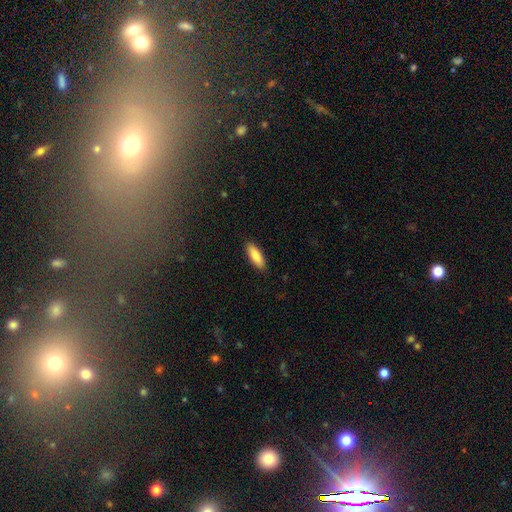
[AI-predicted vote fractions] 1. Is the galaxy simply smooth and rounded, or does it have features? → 85% smooth, 9% featured or disk, 6% star or artifact.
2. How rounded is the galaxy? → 57% in between, 41% cigar-shaped, 2% round.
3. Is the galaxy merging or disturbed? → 89% none, 8% minor disturbance, 2% major disturbance, 1% merger.